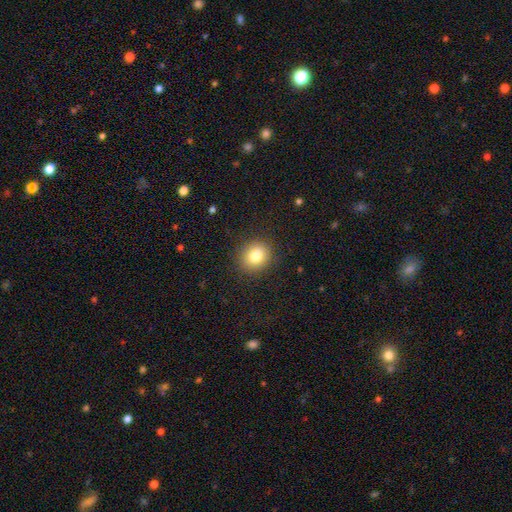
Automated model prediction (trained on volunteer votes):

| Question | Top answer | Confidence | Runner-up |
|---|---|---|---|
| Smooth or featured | smooth | 82% | star or artifact (10%) |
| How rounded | round | 76% | in between (23%) |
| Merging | none | 89% | minor disturbance (7%) |